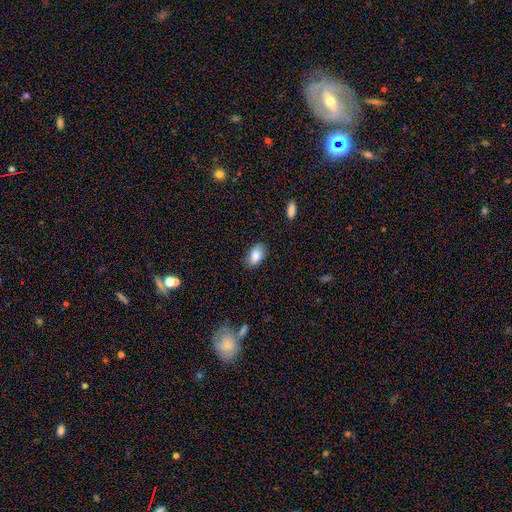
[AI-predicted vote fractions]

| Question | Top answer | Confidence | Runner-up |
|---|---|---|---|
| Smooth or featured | smooth | 84% | featured or disk (9%) |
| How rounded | in between | 91% | round (8%) |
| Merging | none | 80% | minor disturbance (16%) |